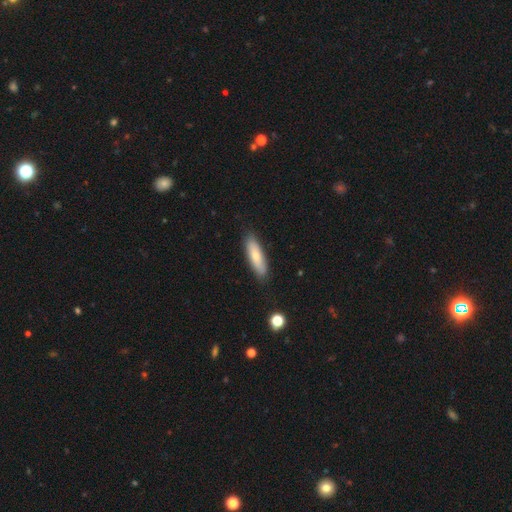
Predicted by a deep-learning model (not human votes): This appears to be a smooth galaxy with no disk features (69%) that is cigar-shaped (55%). Merging: none (85%).